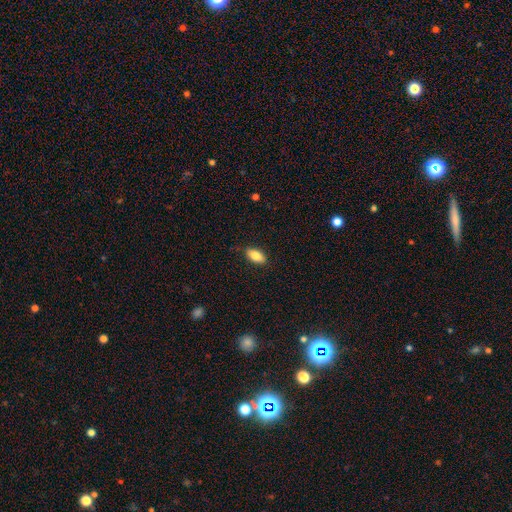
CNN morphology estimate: Smooth or featured: smooth — 82% (featured or disk — 11%)
How rounded: in between — 90% (cigar-shaped — 7%)
Merging: none — 86% (minor disturbance — 11%)